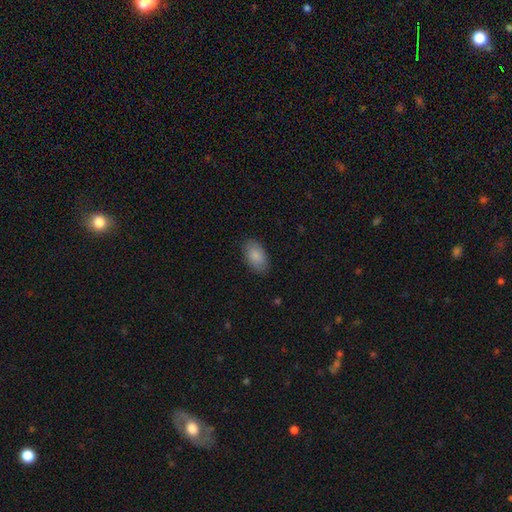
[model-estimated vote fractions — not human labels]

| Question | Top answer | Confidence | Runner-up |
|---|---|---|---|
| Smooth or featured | smooth | 87% | featured or disk (7%) |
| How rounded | in between | 94% | round (5%) |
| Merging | none | 86% | minor disturbance (11%) |